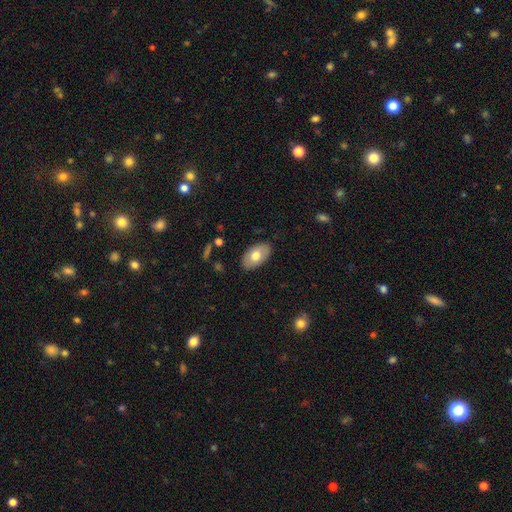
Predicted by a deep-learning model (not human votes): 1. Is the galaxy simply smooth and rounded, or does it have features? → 70% smooth, 24% featured or disk, 6% star or artifact.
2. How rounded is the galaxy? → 93% in between, 6% round, 1% cigar-shaped.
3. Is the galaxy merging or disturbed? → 86% none, 10% minor disturbance, 2% major disturbance, 1% merger.